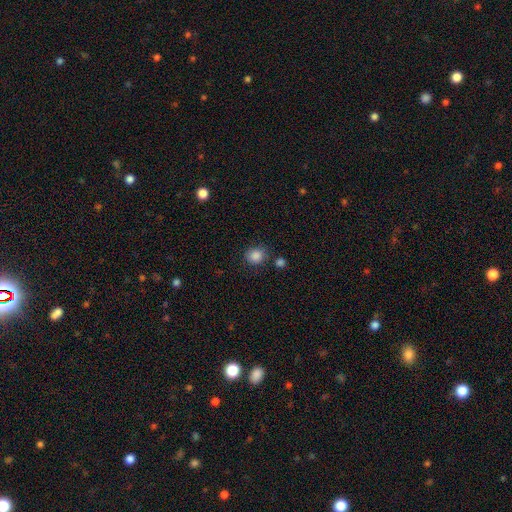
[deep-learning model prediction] This is clearly a smooth galaxy (86%). How rounded: likely round (79%). Merging: likely none (80%).